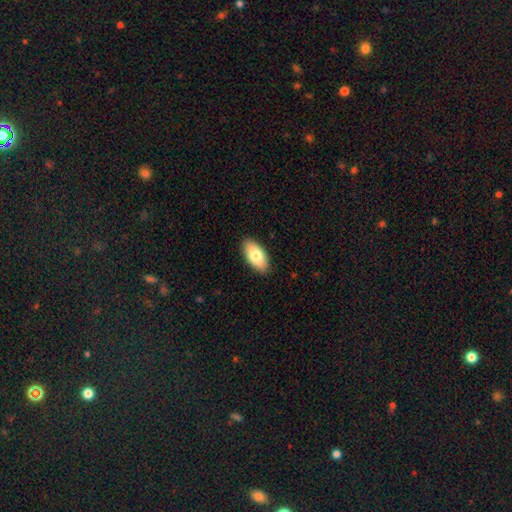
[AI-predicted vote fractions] This is likely a smooth galaxy (79%). How rounded: clearly in between (93%). Merging: clearly none (90%).